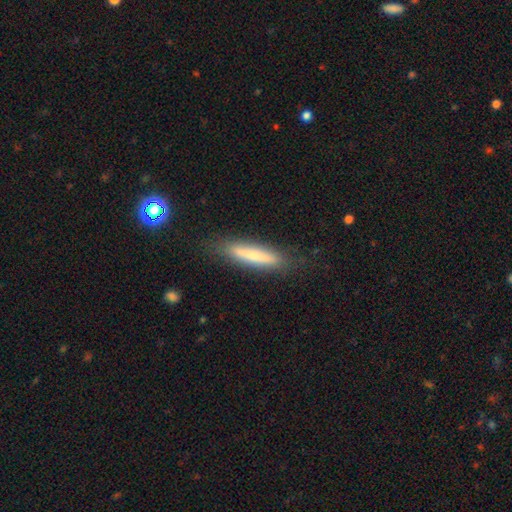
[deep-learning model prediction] This is likely a smooth galaxy (67%). How rounded: clearly cigar-shaped (83%). Merging: clearly none (84%).